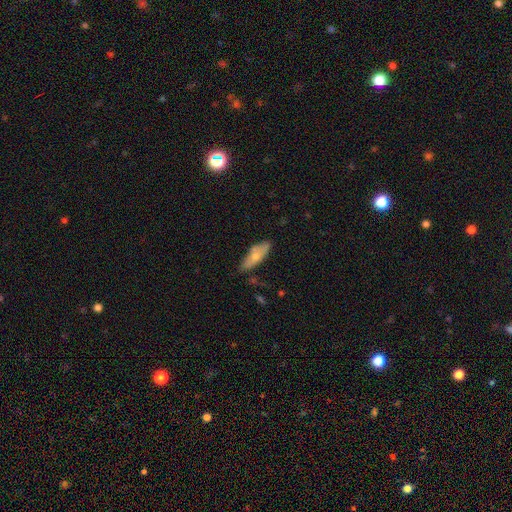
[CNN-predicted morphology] A smooth galaxy with no disk features (62%) that is in between round and cigar-shaped (62%).

Vote fractions:
- Smooth or featured? smooth: 62% / featured or disk: 32% / star or artifact: 6%
- How rounded? in between: 62% / cigar-shaped: 36% / round: 3%
- Merging? none: 66% / minor disturbance: 22% / merger: 7% / major disturbance: 5%